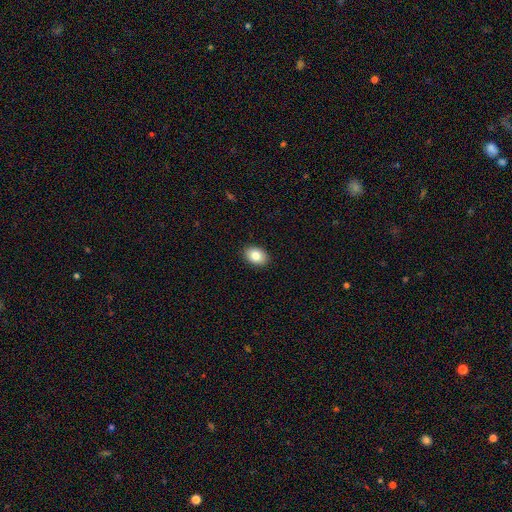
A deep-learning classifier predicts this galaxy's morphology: The model was most divided on "how rounded": in between: 80%, round: 19%, cigar-shaped: 1%. More confident: merging — none (90%); smooth or featured — smooth (84%).